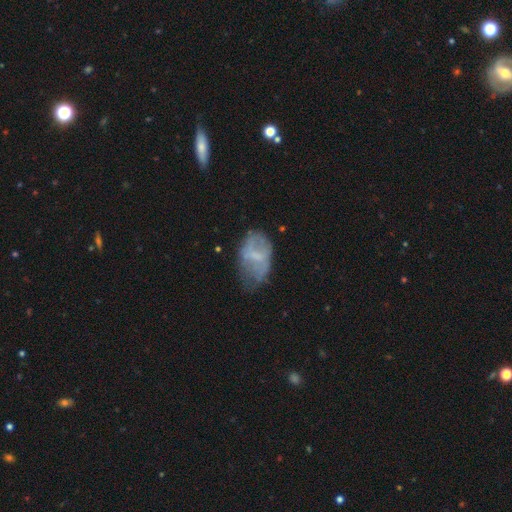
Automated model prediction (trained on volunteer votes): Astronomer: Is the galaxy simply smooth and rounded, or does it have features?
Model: smooth — 47% (runner-up: featured or disk, 44%).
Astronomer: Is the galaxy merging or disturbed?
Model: none — 40% (runner-up: minor disturbance, 35%).